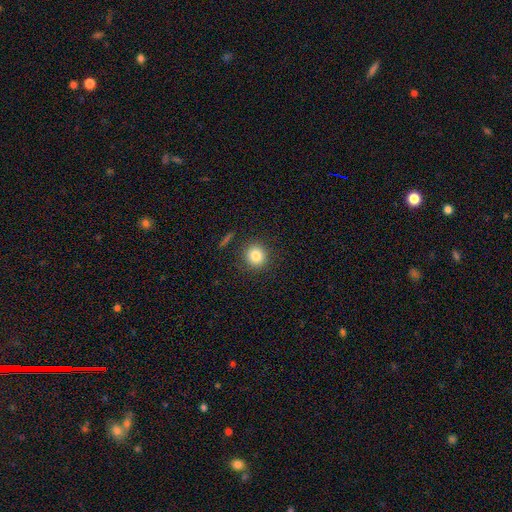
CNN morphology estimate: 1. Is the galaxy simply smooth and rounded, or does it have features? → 82% smooth, 11% star or artifact, 7% featured or disk.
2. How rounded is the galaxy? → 92% round, 7% in between, 1% cigar-shaped.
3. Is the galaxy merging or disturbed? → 89% none, 7% minor disturbance, 3% major disturbance, 2% merger.